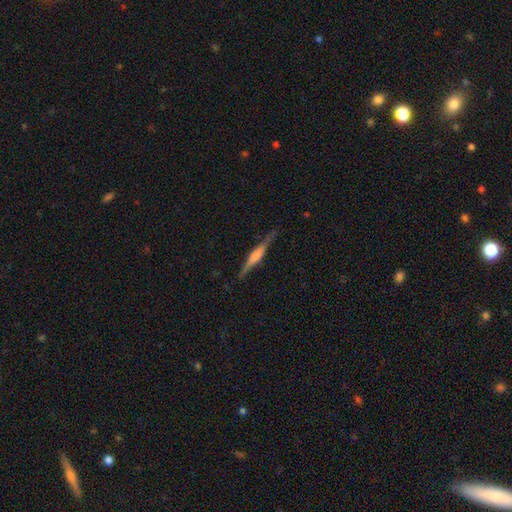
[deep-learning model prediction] Overall: featured or disk (67%). Edge-on disk: yes (97%). Edge-on bulge: boxy (46%; rounded 42%). Merging: none (85%).